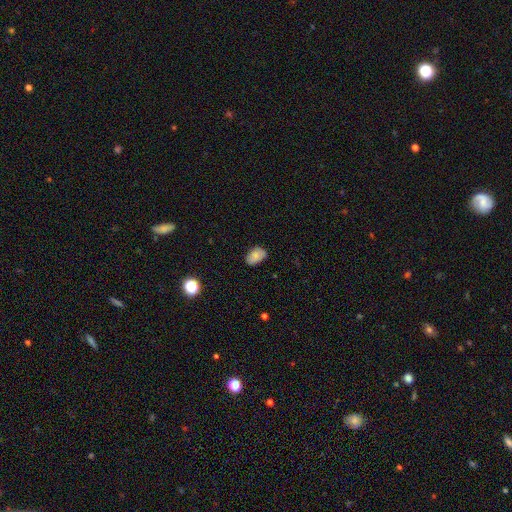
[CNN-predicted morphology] A smooth galaxy with no disk features (80%) that is in between round and cigar-shaped (87%).

Vote fractions:
- Smooth or featured? smooth: 80% / featured or disk: 11% / star or artifact: 9%
- How rounded? in between: 87% / round: 12% / cigar-shaped: 1%
- Merging? none: 74% / minor disturbance: 21% / major disturbance: 4% / merger: 1%